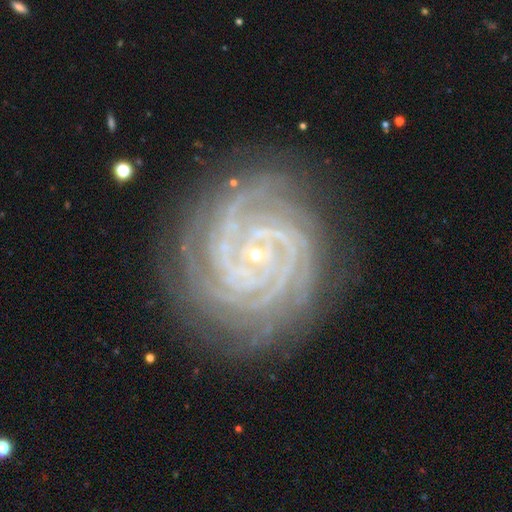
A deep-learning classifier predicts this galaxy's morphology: A featured or disk galaxy (91%) with no bar (69%), 4 (25%) tight (87%) spiral arms (99%) and a small central bulge (88%). Merging: none (82%).